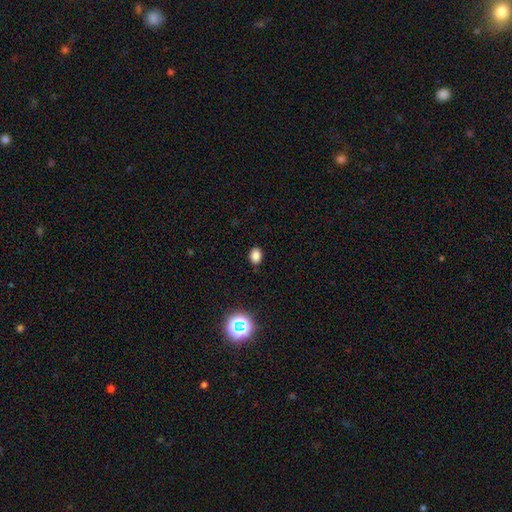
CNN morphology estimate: Smooth or featured? smooth (82%)
How rounded? in between (67%)
Merging? none (88%)